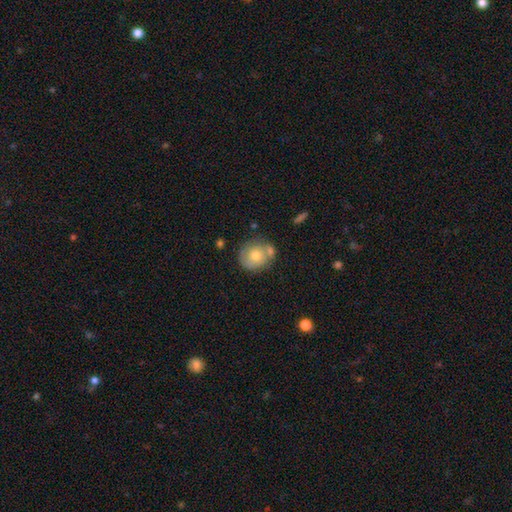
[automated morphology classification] smooth-or-featured: smooth: 56% | featured or disk: 36% | star or artifact: 8%
  how-rounded: round: 79% | in between: 20% | cigar-shaped: 1%
  merging: none: 58% | merger: 19% | minor disturbance: 17% | major disturbance: 5%